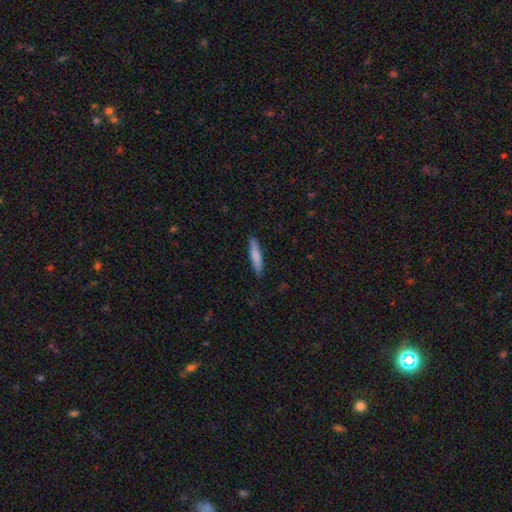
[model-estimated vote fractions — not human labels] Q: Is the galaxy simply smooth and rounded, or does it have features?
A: smooth — 80%.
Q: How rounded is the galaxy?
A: cigar-shaped — 85%.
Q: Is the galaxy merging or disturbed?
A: none — 87%.